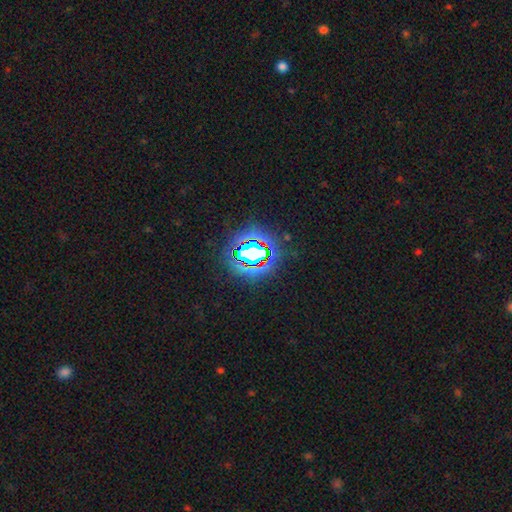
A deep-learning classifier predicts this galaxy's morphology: Smooth or featured: star or artifact — 71% (smooth — 18%)